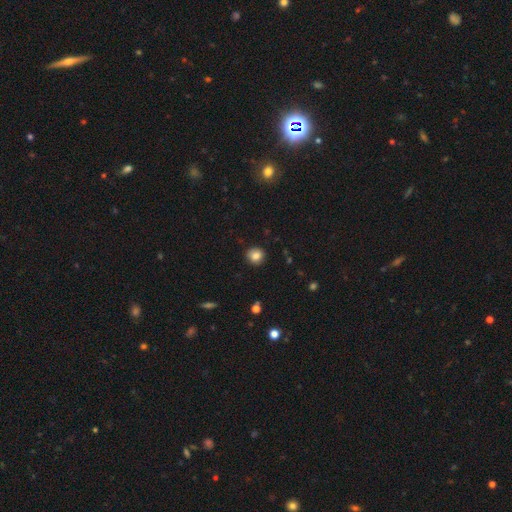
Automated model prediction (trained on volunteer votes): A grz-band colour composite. It shows a smooth galaxy with no disk features (84%) that is round (89%). Merging: none (91%).